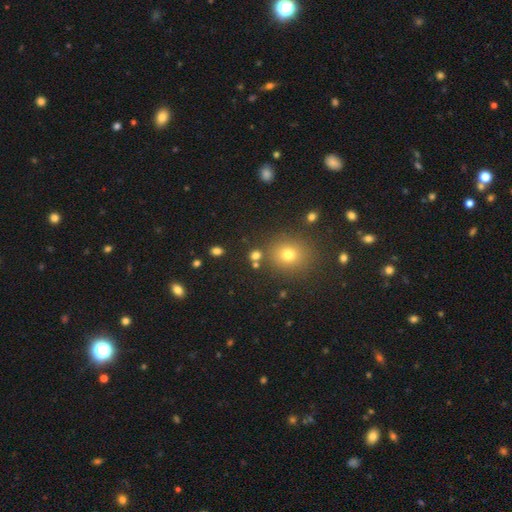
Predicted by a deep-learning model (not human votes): Smooth or featured? smooth (70%)
How rounded? round (76%)
Merging? none (77%)